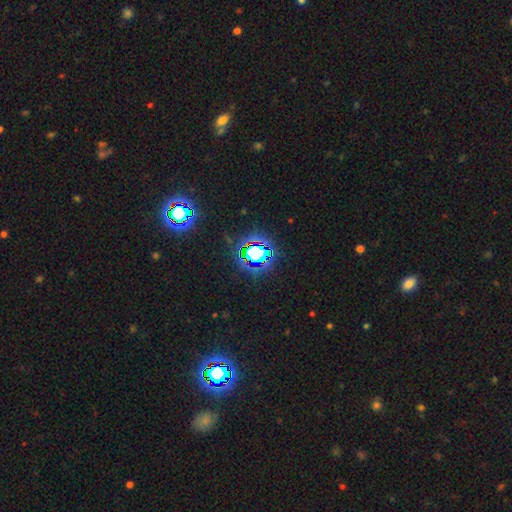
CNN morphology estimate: type=star or artifact (81%).